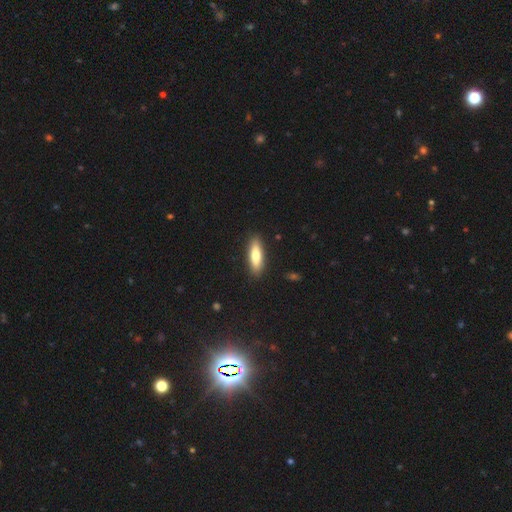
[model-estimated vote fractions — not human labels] Smooth or featured: smooth — 76% (featured or disk — 18%)
How rounded: cigar-shaped — 53% (in between — 45%)
Merging: none — 89% (minor disturbance — 8%)